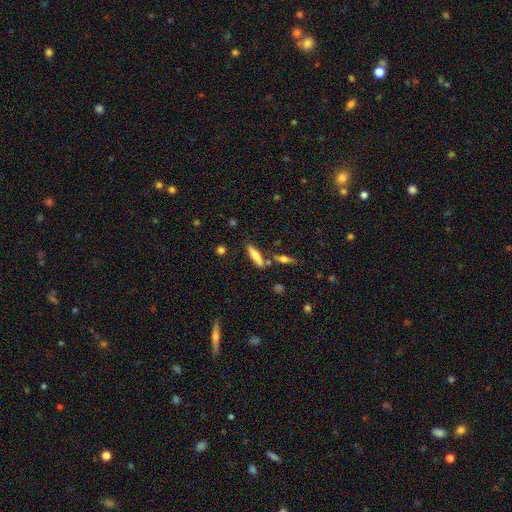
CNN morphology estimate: This is possibly a smooth galaxy (58%). How rounded: likely cigar-shaped (64%). Merging: likely none (67%).